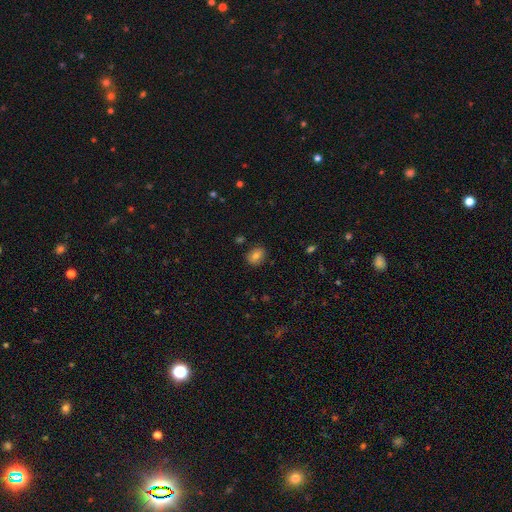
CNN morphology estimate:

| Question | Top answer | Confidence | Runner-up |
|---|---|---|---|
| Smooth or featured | smooth | 78% | featured or disk (11%) |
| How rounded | round | 54% | in between (44%) |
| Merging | none | 86% | minor disturbance (10%) |